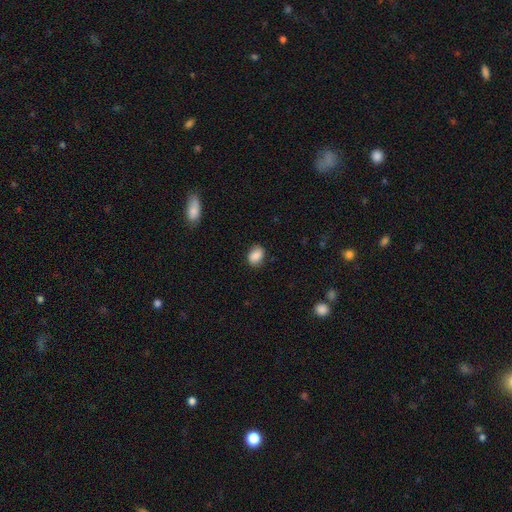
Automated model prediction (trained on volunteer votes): Morphology: type=smooth (87%); roundness=in between (70%); merging=none (84%).